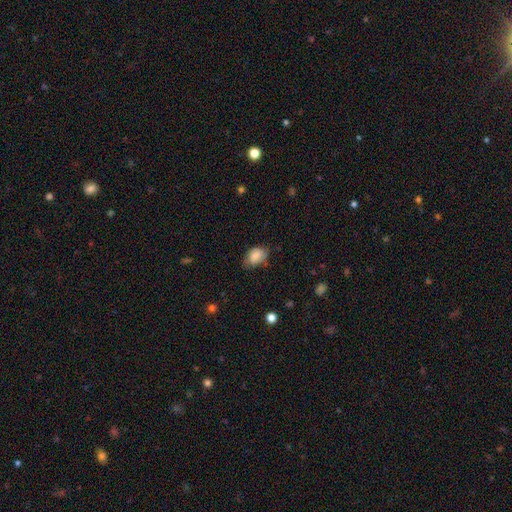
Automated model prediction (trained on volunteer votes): Smooth or featured? smooth (80%)
How rounded? in between (83%)
Merging? none (59%)